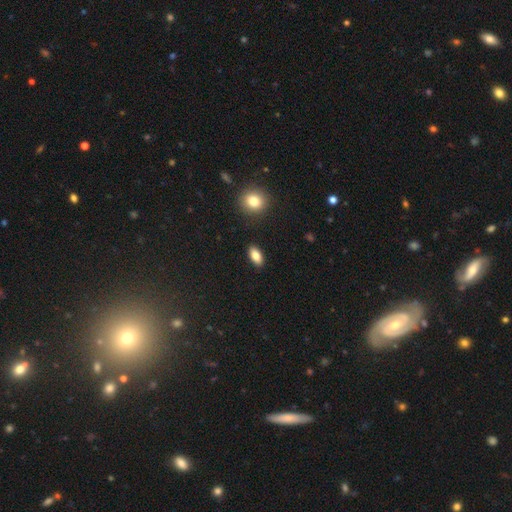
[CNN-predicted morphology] A smooth galaxy with no disk features (82%) that is in between round and cigar-shaped (89%). Merging: none (89%).